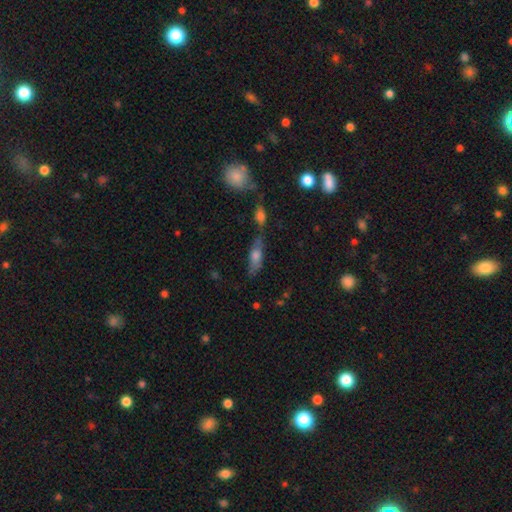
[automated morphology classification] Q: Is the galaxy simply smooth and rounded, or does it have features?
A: smooth — 58%.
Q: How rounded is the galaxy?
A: in between — 58%.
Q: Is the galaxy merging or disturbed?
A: none — 49%.